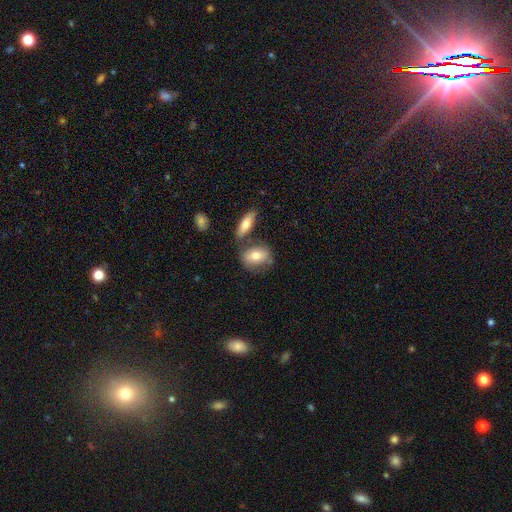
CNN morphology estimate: A smooth galaxy with no disk features (72%) that is in between round and cigar-shaped (73%). Merging: none (57%).